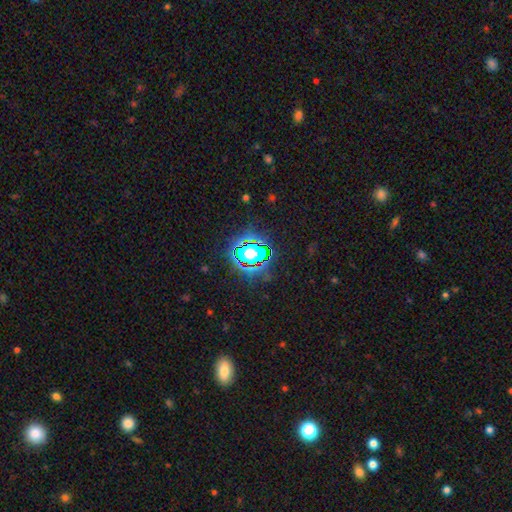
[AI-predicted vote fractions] A star or artifact, not a galaxy (72%).